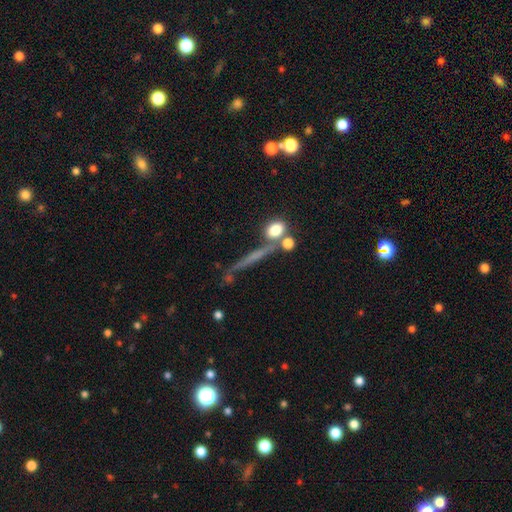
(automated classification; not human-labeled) Morphology: type=featured or disk (44%); merging=none (68%).